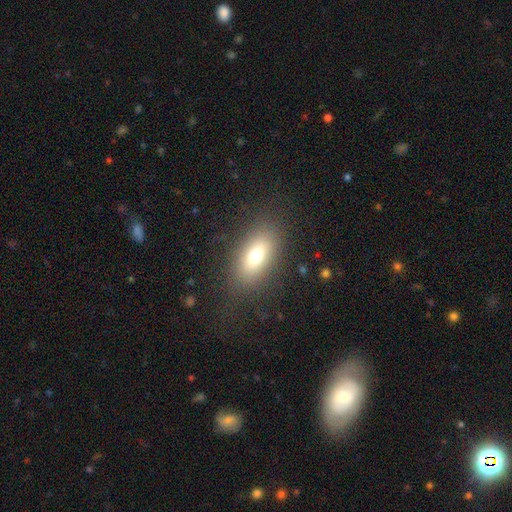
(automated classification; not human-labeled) Smooth or featured? smooth (72%)
How rounded? in between (84%)
Merging? none (82%)